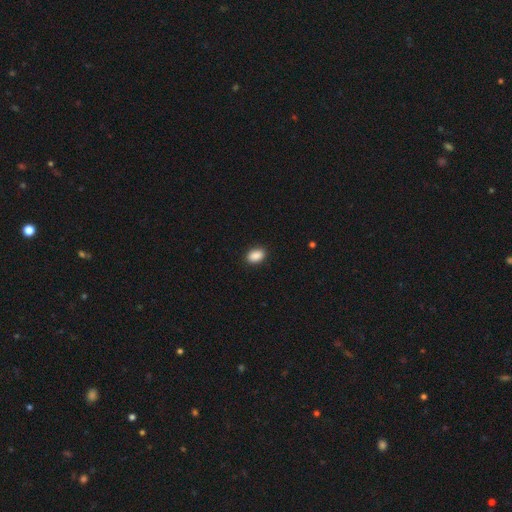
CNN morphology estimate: smooth-or-featured: smooth: 90% | star or artifact: 8% | featured or disk: 3%
  how-rounded: in between: 84% | round: 14% | cigar-shaped: 1%
  merging: none: 89% | minor disturbance: 8% | major disturbance: 2% | merger: 1%